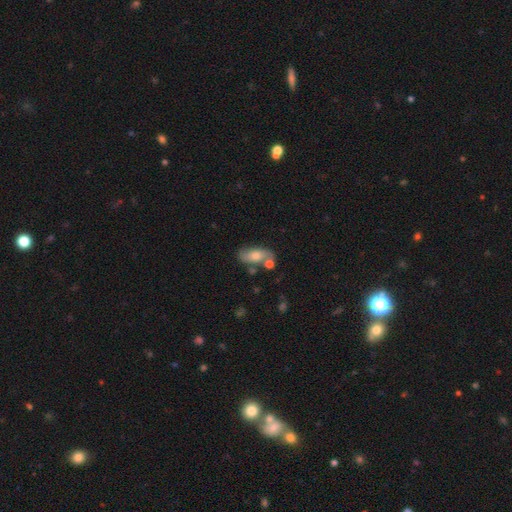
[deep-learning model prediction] Morphology: type=smooth (56%); roundness=in between (85%); merging=none (60%).